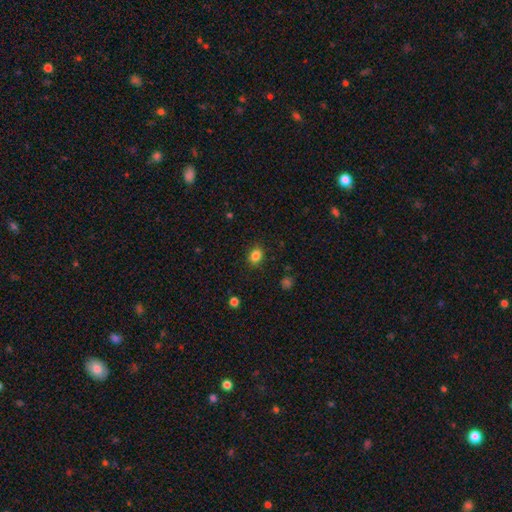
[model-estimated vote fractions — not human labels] smooth_or_featured: smooth (p=0.84) [alt: star or artifact p=0.11]
how_rounded: in between (p=0.51) [alt: round p=0.48]
merging: none (p=0.87) [alt: minor disturbance p=0.09]